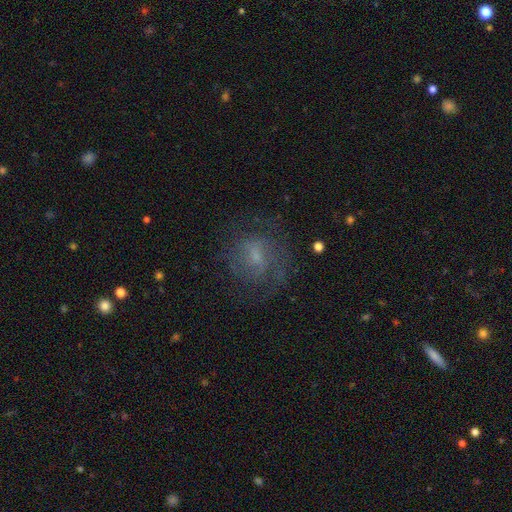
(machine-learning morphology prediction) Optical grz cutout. It shows a featured or disk galaxy (59%) with a weak bar (49%), spiral arms (78%) and a small central bulge (53%). Merging: none (66%).